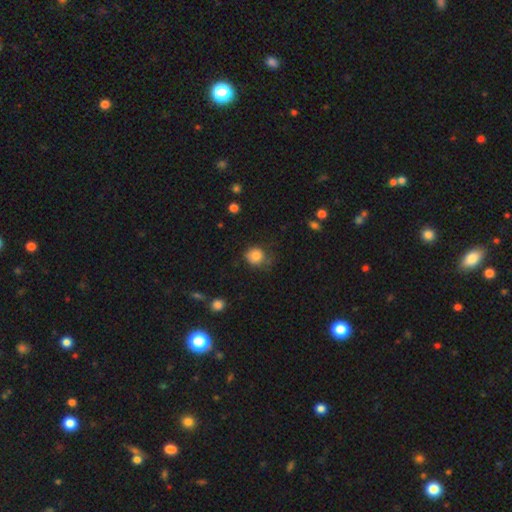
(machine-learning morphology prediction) The model was most divided on "merging": none: 61%, minor disturbance: 27%, major disturbance: 11%, merger: 2%. More confident: how rounded — round (84%); smooth or featured — smooth (83%).